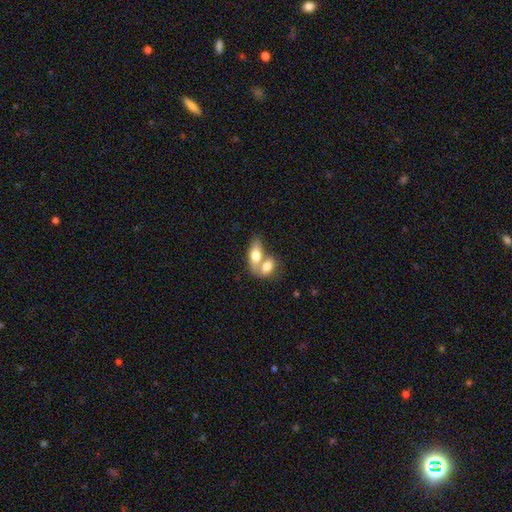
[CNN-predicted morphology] smooth-or-featured: smooth: 71% | featured or disk: 23% | star or artifact: 6%
  how-rounded: in between: 85% | cigar-shaped: 8% | round: 7%
  merging: merger: 70% | none: 21% | minor disturbance: 6% | major disturbance: 3%